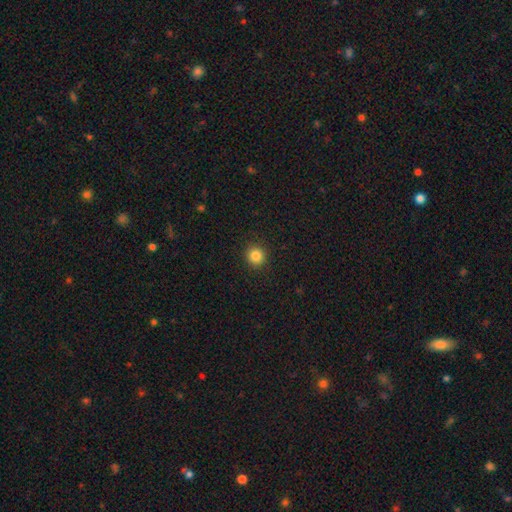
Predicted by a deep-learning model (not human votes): Morphology: type=smooth (84%); roundness=round (93%); merging=none (92%).